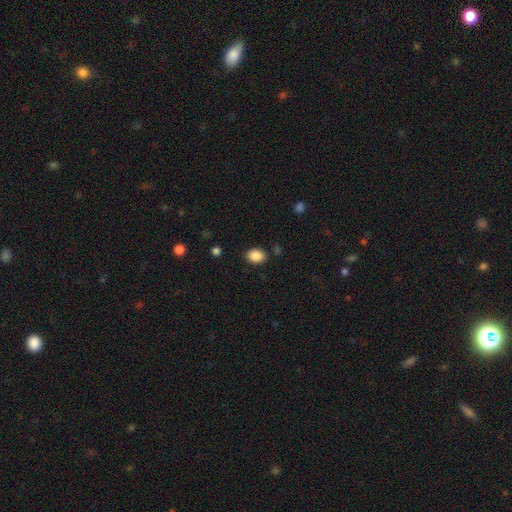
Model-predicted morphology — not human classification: smooth 88%, star or artifact 8%, featured or disk 4%. Down the decision tree: how rounded — in between (74%); merging — none (85%).